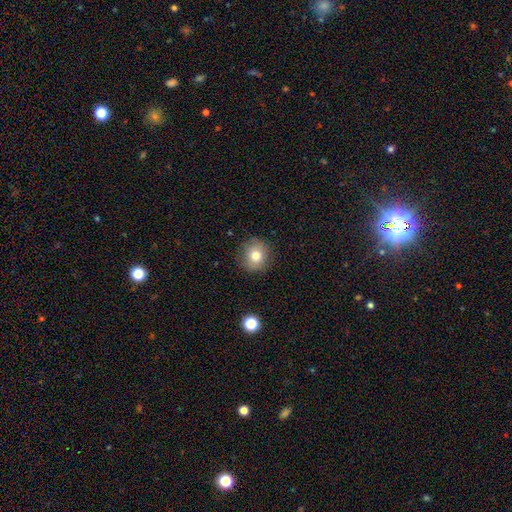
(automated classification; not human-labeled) This appears to be a smooth galaxy with no disk features (78%) that is round (86%). Merging: none (86%).